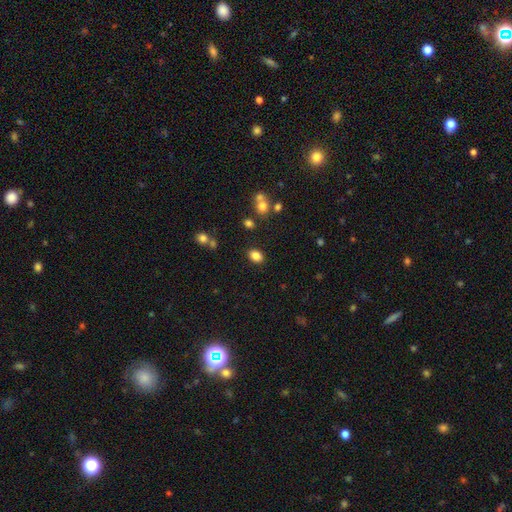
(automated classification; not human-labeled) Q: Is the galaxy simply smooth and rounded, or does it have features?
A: smooth — 85%.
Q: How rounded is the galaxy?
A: in between — 78%.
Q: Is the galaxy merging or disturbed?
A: none — 85%.